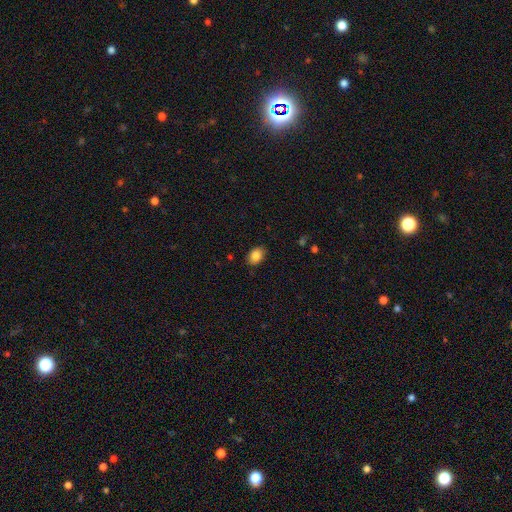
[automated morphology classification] Smooth or featured? Predicted: smooth (p=0.86). How rounded? Predicted: in between (p=0.77). Merging? Predicted: none (p=0.86).